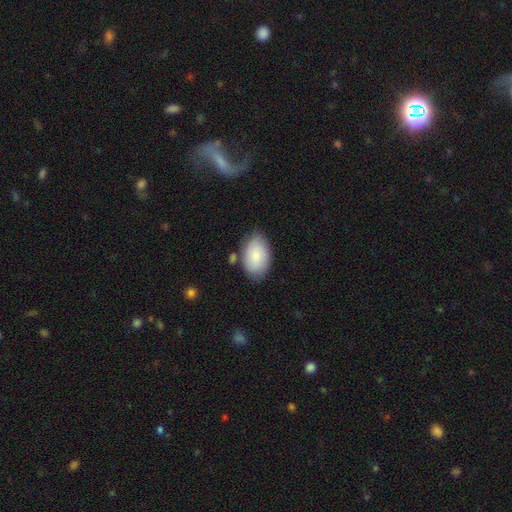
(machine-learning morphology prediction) This appears to be a smooth galaxy with no disk features (84%) that is in between round and cigar-shaped (92%). Merging: none (76%).